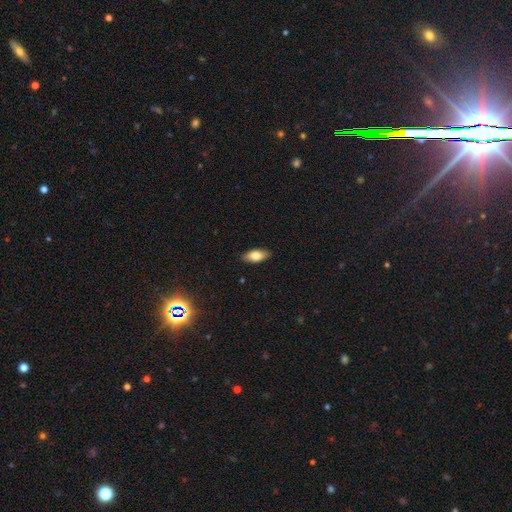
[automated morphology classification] Smooth or featured? smooth (79%)
How rounded? in between (86%)
Merging? none (88%)